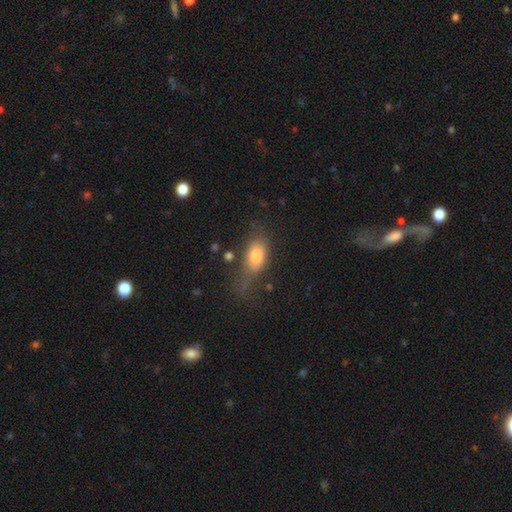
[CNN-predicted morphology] Smooth or featured? Predicted: smooth (p=0.76). How rounded? Predicted: in between (p=0.84). Merging? Predicted: none (p=0.39).